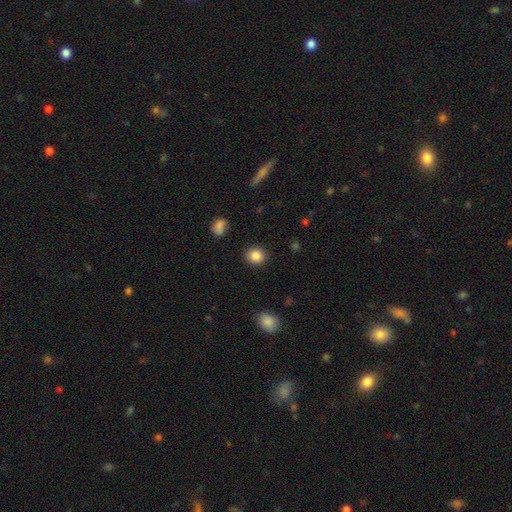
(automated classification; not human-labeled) Smooth or featured? smooth (86%)
How rounded? round (84%)
Merging? none (90%)